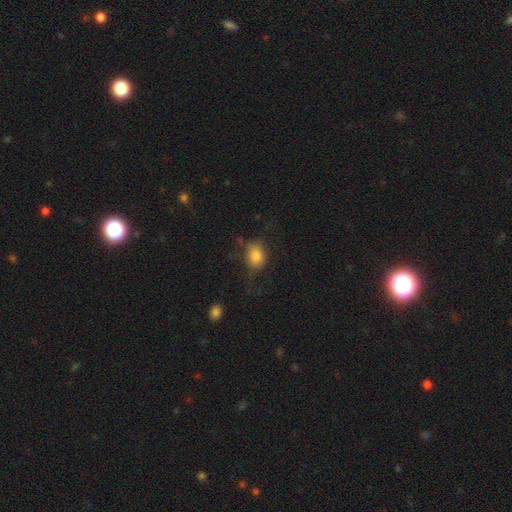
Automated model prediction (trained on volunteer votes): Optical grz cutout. It shows a smooth galaxy with no disk features (81%) that is in between round and cigar-shaped (69%). Merging: none (55%).